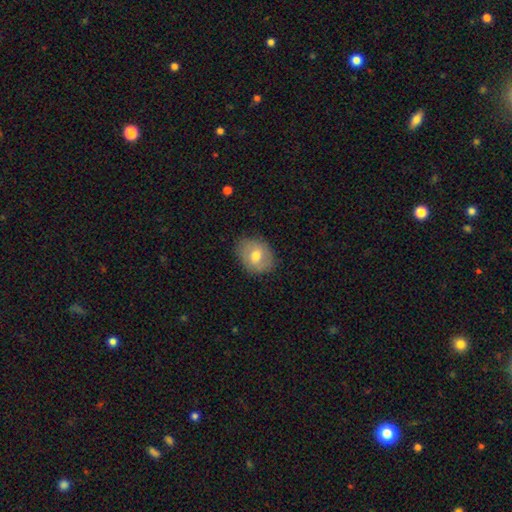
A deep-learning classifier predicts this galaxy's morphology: smooth 66%, featured or disk 27%, star or artifact 7%. Down the decision tree: how rounded — in between (54%); merging — none (80%).